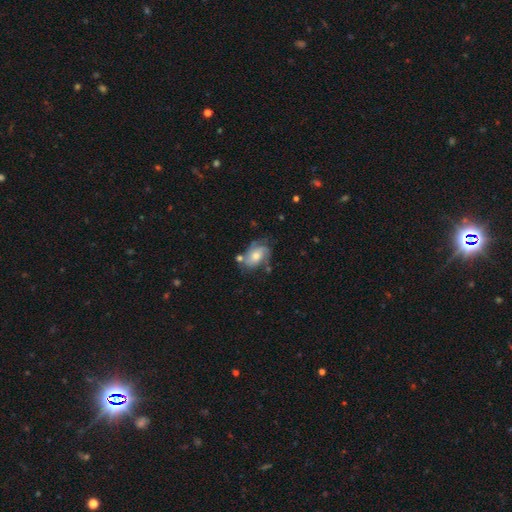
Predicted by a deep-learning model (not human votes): Smooth or featured: featured or disk — 56% (smooth — 36%)
Edge-on disk: no — 95% (yes — 5%)
Bar: no — 71% (weak — 24%)
Spiral arms: yes — 80% (no — 20%)
Bulge size: moderate — 62% (small — 28%)
Merging: none — 52% (minor disturbance — 25%)